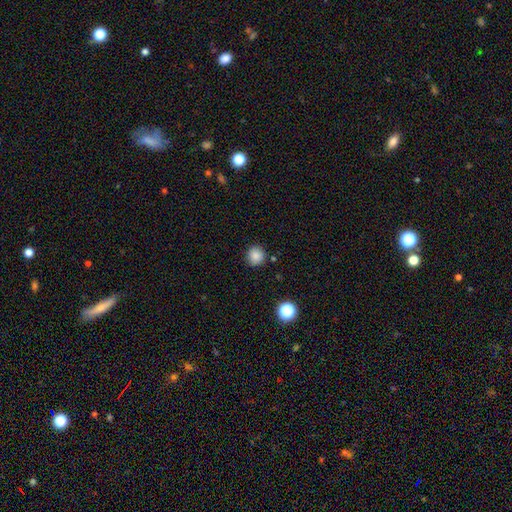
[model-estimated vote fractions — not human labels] Morphology: type=smooth (85%); roundness=round (91%); merging=none (86%).